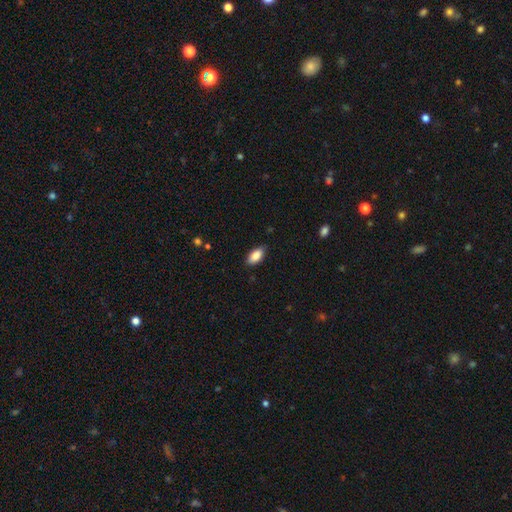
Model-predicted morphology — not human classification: A smooth galaxy with no disk features (87%) that is in between round and cigar-shaped (92%). Merging: none (83%).